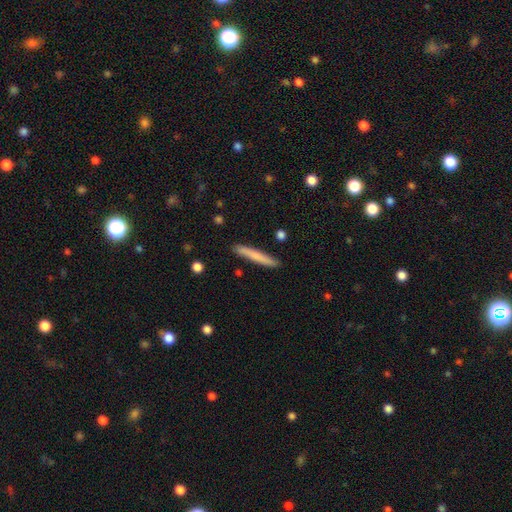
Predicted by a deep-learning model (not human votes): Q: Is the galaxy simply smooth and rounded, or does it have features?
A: smooth — 72%.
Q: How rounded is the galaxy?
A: cigar-shaped — 96%.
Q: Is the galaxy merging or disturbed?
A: none — 89%.